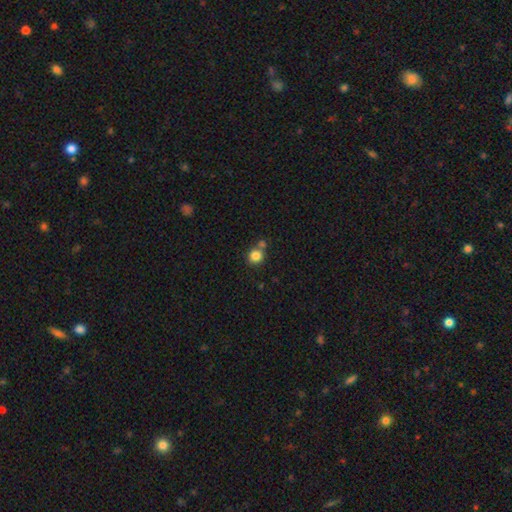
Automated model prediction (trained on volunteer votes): Morphology: type=smooth (83%); roundness=round (82%); merging=none (58%).